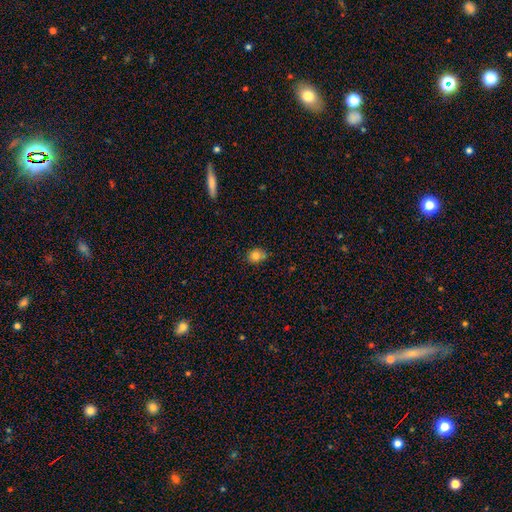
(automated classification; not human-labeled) Smooth or featured?
  - smooth: 81% *
  - star or artifact: 11%
  - featured or disk: 8%
How rounded?
  - round: 71% *
  - in between: 28%
  - cigar-shaped: 1%
Merging?
  - none: 65% *
  - minor disturbance: 23%
  - merger: 8%
  - major disturbance: 4%